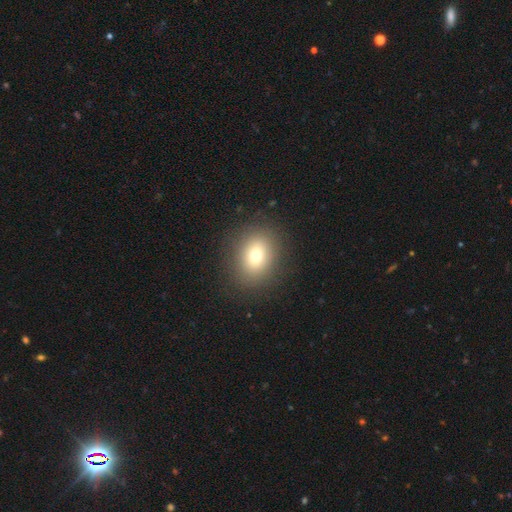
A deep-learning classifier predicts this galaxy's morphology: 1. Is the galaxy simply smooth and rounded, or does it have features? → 73% smooth, 14% featured or disk, 13% star or artifact.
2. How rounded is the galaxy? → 57% round, 42% in between, 1% cigar-shaped.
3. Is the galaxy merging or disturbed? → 87% none, 8% minor disturbance, 4% major disturbance, 1% merger.